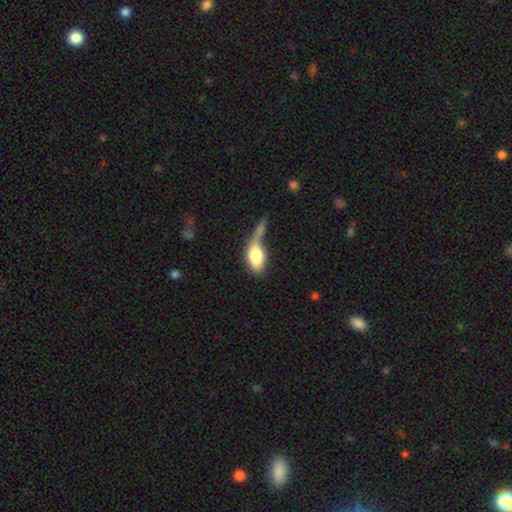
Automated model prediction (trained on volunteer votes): smooth 72%, featured or disk 21%, star or artifact 7%. Down the decision tree: how rounded — in between (83%); merging — major disturbance (33%).